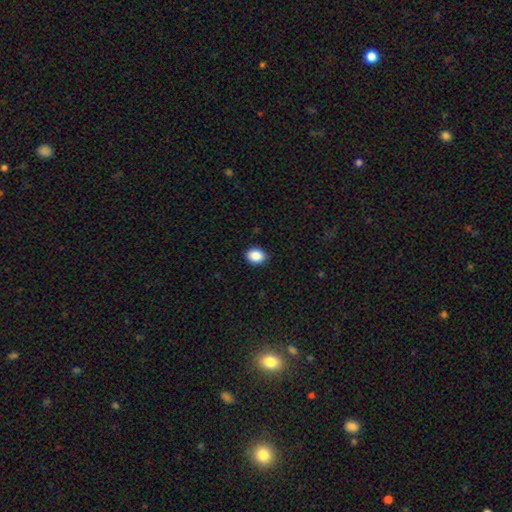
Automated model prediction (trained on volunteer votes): A smooth galaxy with no disk features (89%) that is in between round and cigar-shaped (59%). Merging: none (89%).